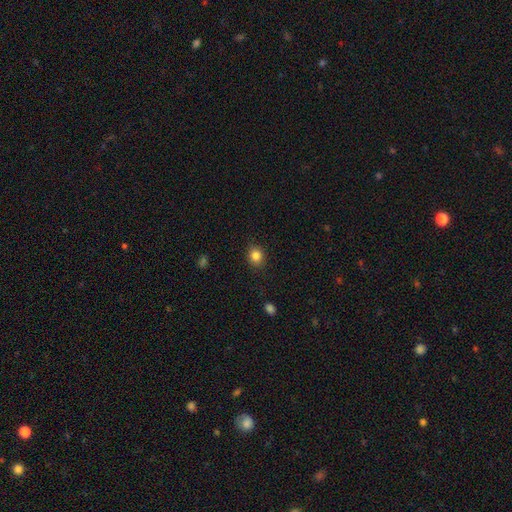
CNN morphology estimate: A smooth galaxy with no disk features (84%) that is round (74%).

Vote fractions:
- Smooth or featured? smooth: 84% / star or artifact: 11% / featured or disk: 5%
- How rounded? round: 74% / in between: 25% / cigar-shaped: 1%
- Merging? none: 88% / minor disturbance: 9% / major disturbance: 2% / merger: 1%